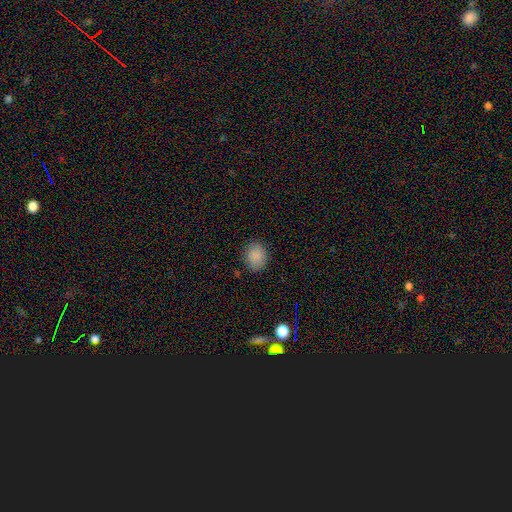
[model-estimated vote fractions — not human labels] This is clearly a smooth galaxy (86%). How rounded: possibly round (53%). Merging: clearly none (84%).